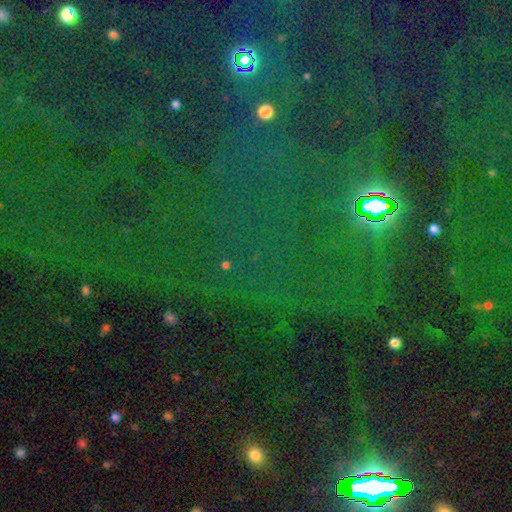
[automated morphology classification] star or artifact 83%, smooth 10%, featured or disk 7%.